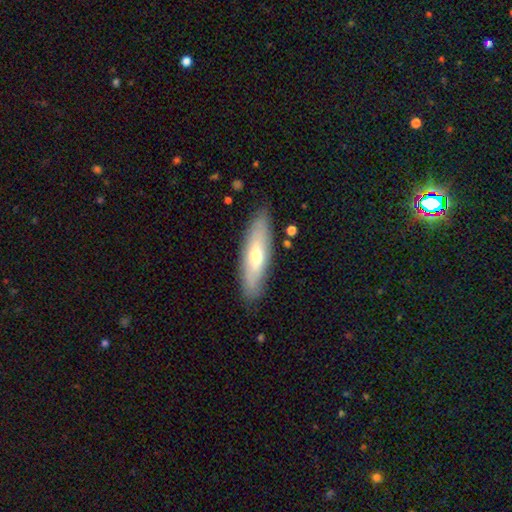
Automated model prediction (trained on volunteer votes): Smooth or featured? smooth (53%)
How rounded? cigar-shaped (53%)
Merging? none (85%)